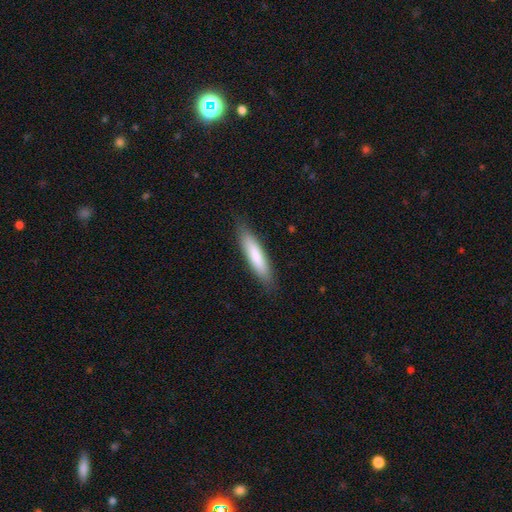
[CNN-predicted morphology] This is likely a smooth galaxy (79%). How rounded: likely cigar-shaped (79%). Merging: clearly none (85%).